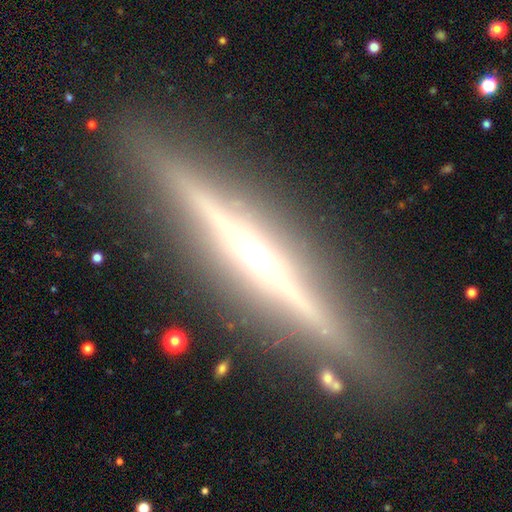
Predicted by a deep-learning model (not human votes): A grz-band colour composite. It shows a featured or disk galaxy (84%) viewed edge-on (97%) with a rounded central bulge (76%). Merging: none (90%).